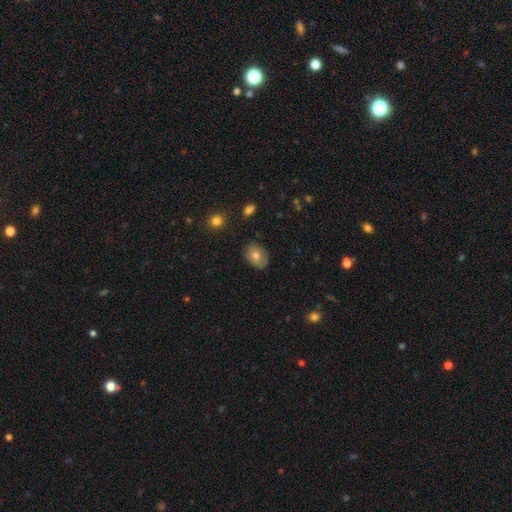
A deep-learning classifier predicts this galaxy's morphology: Smooth or featured? Predicted: smooth (p=0.73). How rounded? Predicted: in between (p=0.60). Merging? Predicted: none (p=0.81).